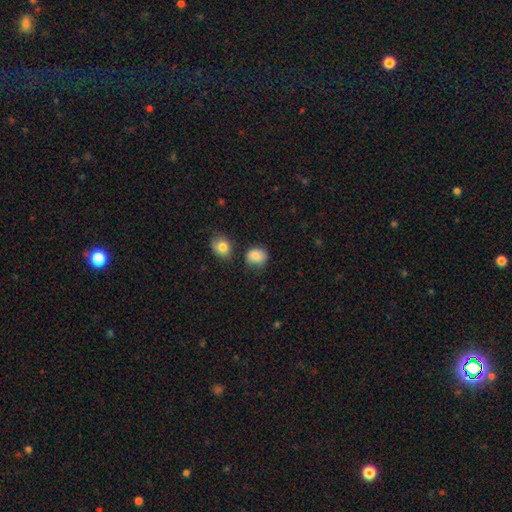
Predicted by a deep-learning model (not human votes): Morphology: type=smooth (84%); roundness=round (60%); merging=none (65%).